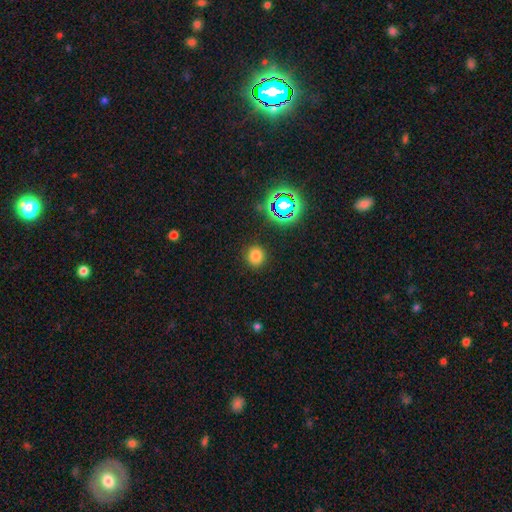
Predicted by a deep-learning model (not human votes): Overall: smooth (75%). How rounded: round (85%). Merging: none (89%).